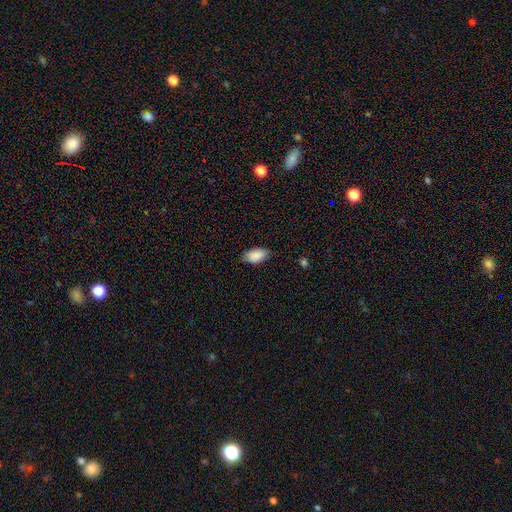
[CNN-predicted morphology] Smooth or featured: smooth — 88% (star or artifact — 6%)
How rounded: in between — 94% (round — 3%)
Merging: none — 77% (minor disturbance — 19%)